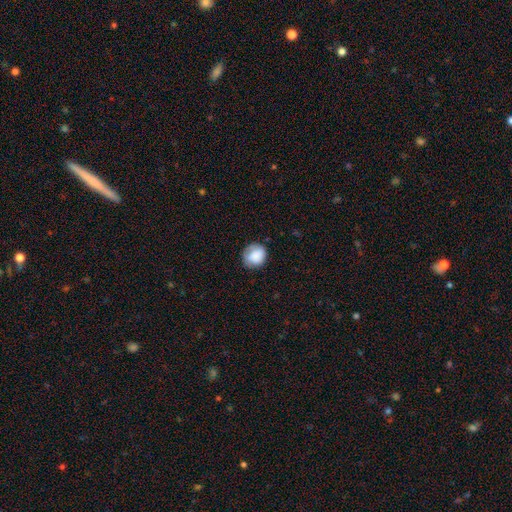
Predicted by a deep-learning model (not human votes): Smooth or featured?
  - smooth: 84% *
  - star or artifact: 8%
  - featured or disk: 8%
How rounded?
  - round: 86% *
  - in between: 13%
  - cigar-shaped: 1%
Merging?
  - none: 72% *
  - minor disturbance: 21%
  - major disturbance: 6%
  - merger: 1%